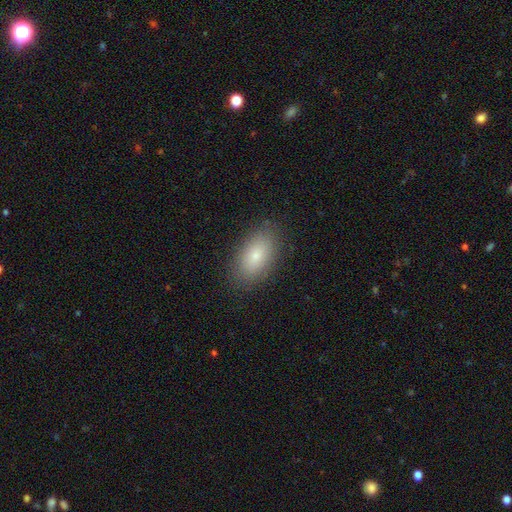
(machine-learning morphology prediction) smooth 80%, featured or disk 11%, star or artifact 8%. Down the decision tree: how rounded — in between (91%); merging — none (86%).